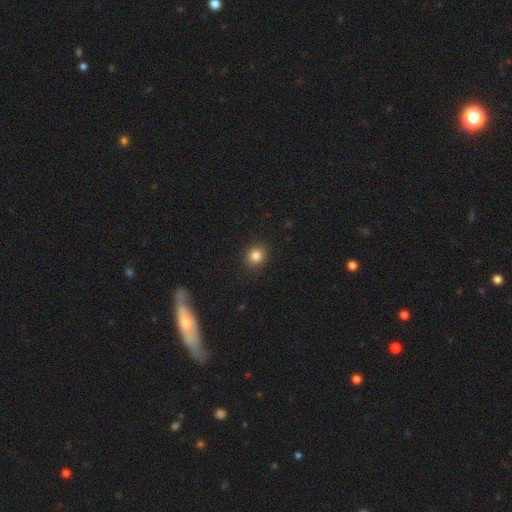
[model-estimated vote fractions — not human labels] Smooth or featured: smooth — 84% (star or artifact — 11%)
How rounded: round — 75% (in between — 24%)
Merging: none — 91% (minor disturbance — 6%)